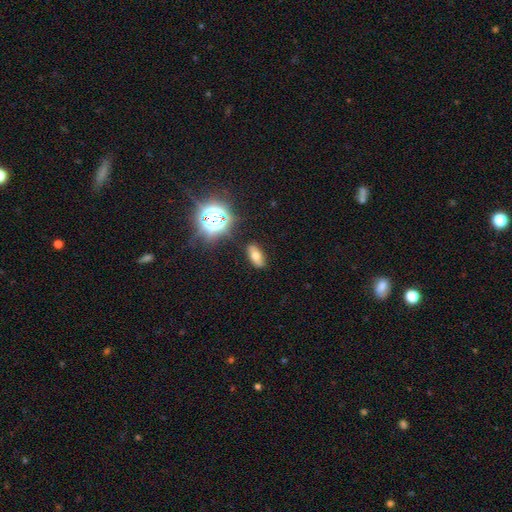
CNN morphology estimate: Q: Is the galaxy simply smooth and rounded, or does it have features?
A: smooth — 59%.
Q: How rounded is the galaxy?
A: in between — 86%.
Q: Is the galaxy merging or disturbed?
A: none — 86%.